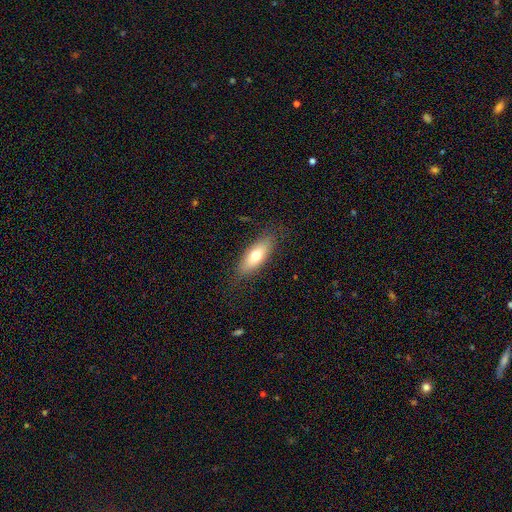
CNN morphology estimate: type=smooth (70%); roundness=in between (70%); merging=none (83%).